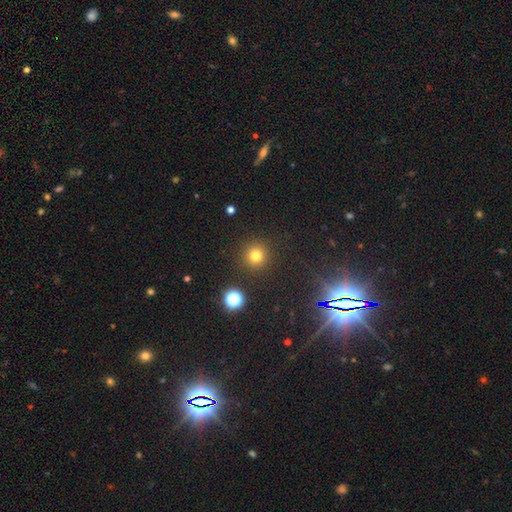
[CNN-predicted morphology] smooth-or-featured: smooth: 76% | star or artifact: 18% | featured or disk: 6%
  how-rounded: round: 95% | in between: 4% | cigar-shaped: 1%
  merging: none: 91% | minor disturbance: 5% | major disturbance: 2% | merger: 2%